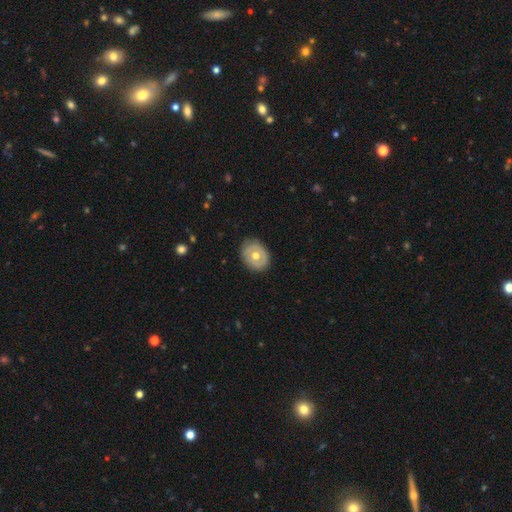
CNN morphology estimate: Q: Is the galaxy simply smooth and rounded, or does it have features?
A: featured or disk — 50%.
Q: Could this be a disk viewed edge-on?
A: no — 94%.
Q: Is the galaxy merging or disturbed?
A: none — 81%.